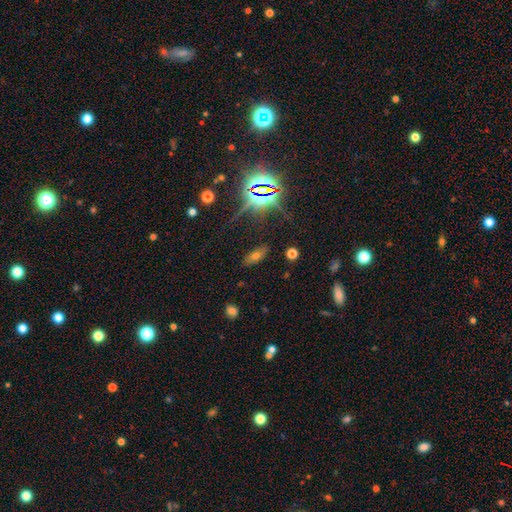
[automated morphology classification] This appears to be a smooth galaxy with no disk features (47%). Merging: none (82%).